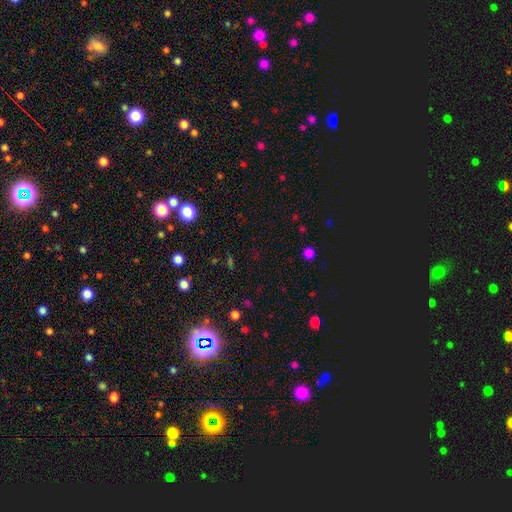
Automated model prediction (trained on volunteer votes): Smooth or featured?
  - star or artifact: 56% *
  - smooth: 35%
  - featured or disk: 9%